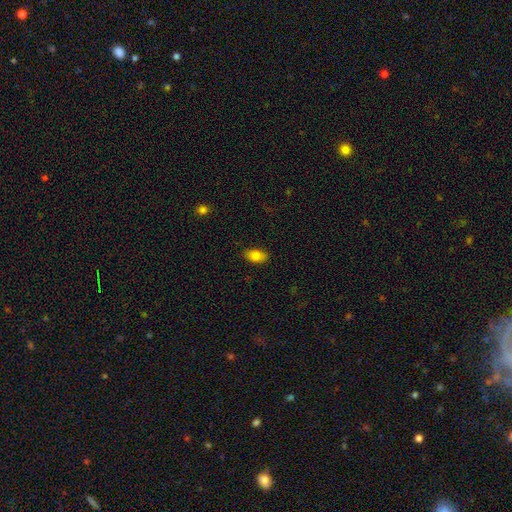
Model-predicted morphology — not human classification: Overall: smooth (81%). How rounded: in between (90%). Merging: none (86%).